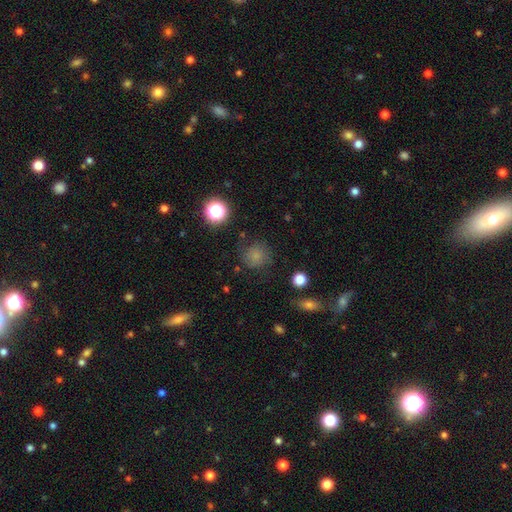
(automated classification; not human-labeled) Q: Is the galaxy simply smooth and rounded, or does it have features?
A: smooth — 75%.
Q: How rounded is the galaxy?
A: round — 90%.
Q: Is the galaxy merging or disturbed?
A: none — 76%.